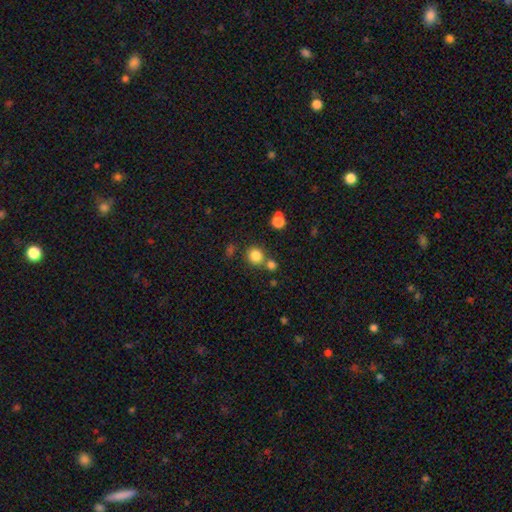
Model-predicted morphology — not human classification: Smooth or featured: smooth — 82% (star or artifact — 13%)
How rounded: round — 89% (in between — 10%)
Merging: none — 71% (merger — 17%)